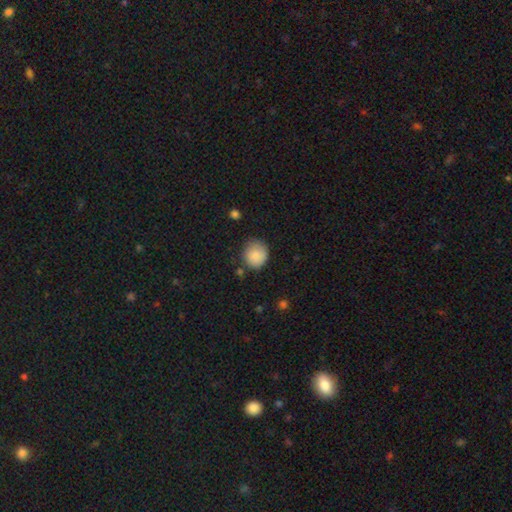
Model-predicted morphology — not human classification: type=smooth (87%); roundness=round (86%); merging=none (72%).